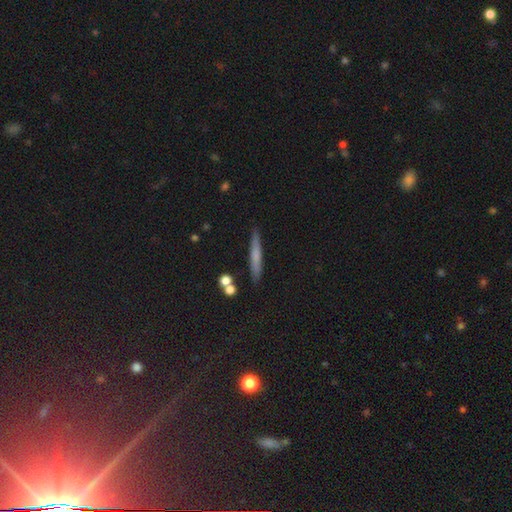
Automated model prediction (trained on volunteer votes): Overall: smooth (61%; featured or disk 30%). How rounded: cigar-shaped (93%). Merging: none (85%).